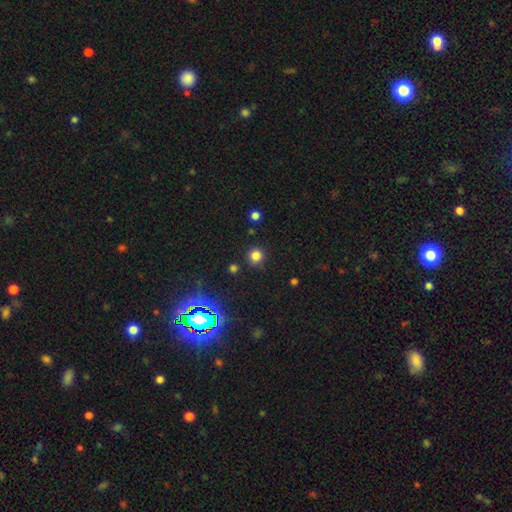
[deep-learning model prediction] A smooth galaxy with no disk features (76%) that is round (92%). Merging: none (87%).